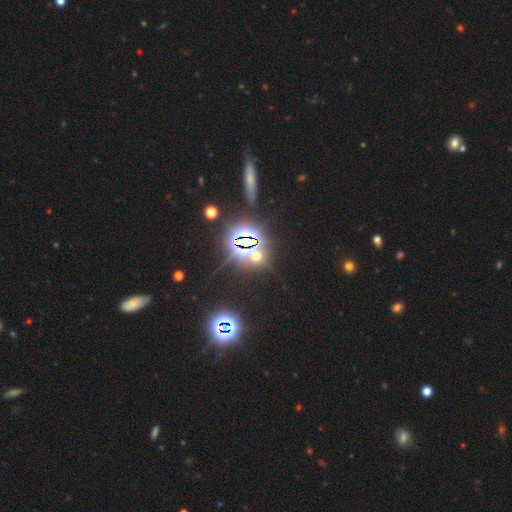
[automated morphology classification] This is likely a star or artifact rather than a galaxy (67%).